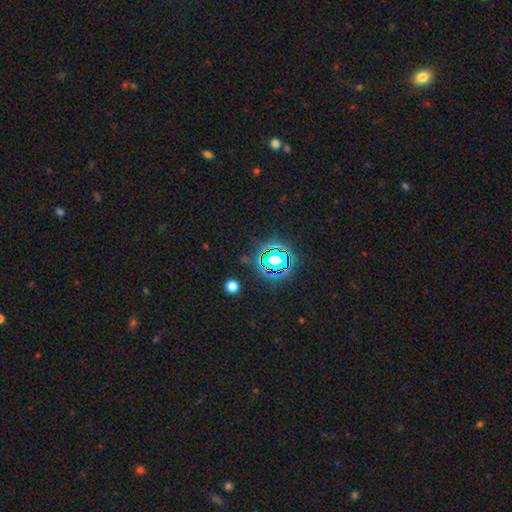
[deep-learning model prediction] star or artifact 81%, smooth 12%, featured or disk 7%.